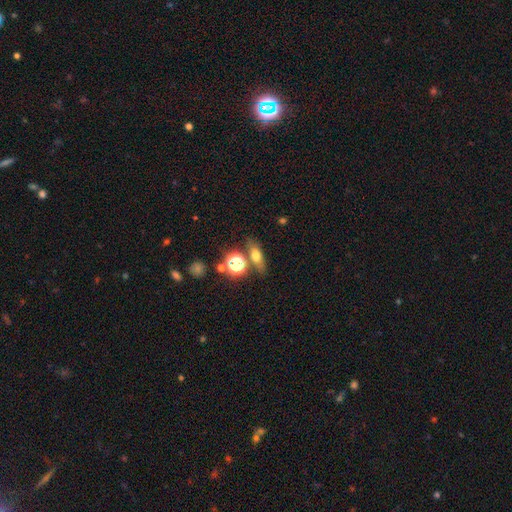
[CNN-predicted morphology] Q: Smooth or featured?
A: smooth (61%); runner-up: featured or disk (22%)
Q: How rounded?
A: in between (54%); runner-up: cigar-shaped (23%)
Q: Merging?
A: none (70%); runner-up: merger (13%)